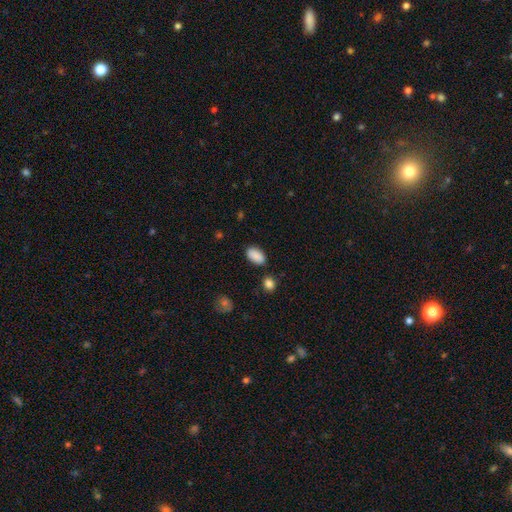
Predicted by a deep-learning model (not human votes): Morphology: type=smooth (89%); roundness=in between (93%); merging=none (84%).